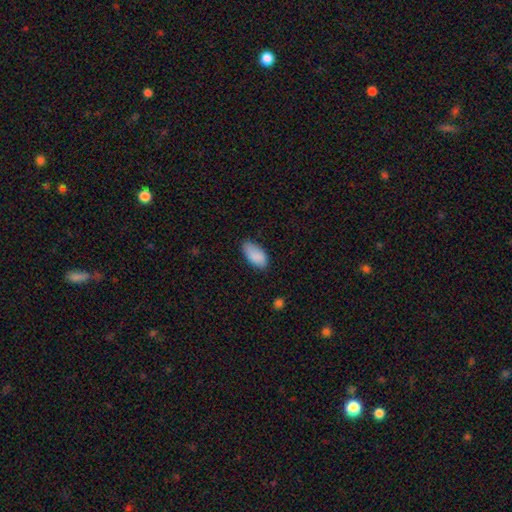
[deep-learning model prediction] Morphology: type=smooth (88%); roundness=in between (94%); merging=none (73%).